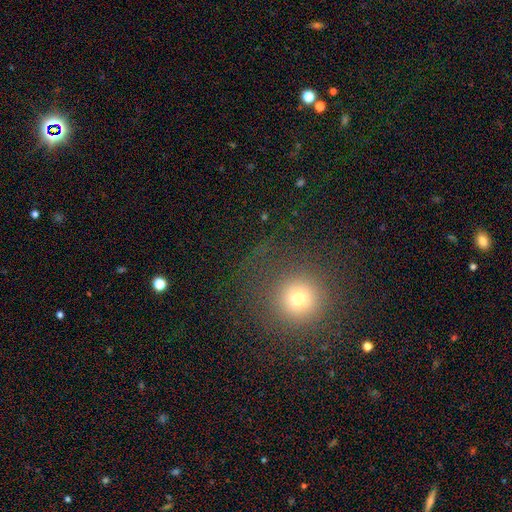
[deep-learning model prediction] A smooth galaxy with no disk features (60%) that is round (93%). Merging: none (85%).